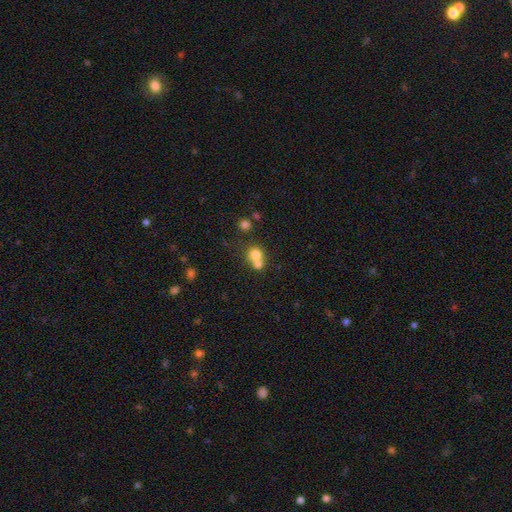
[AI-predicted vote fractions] smooth_or_featured: smooth (p=0.74) [alt: featured or disk p=0.14]
how_rounded: round (p=0.82) [alt: in between p=0.17]
merging: merger (p=0.56) [alt: none p=0.36]